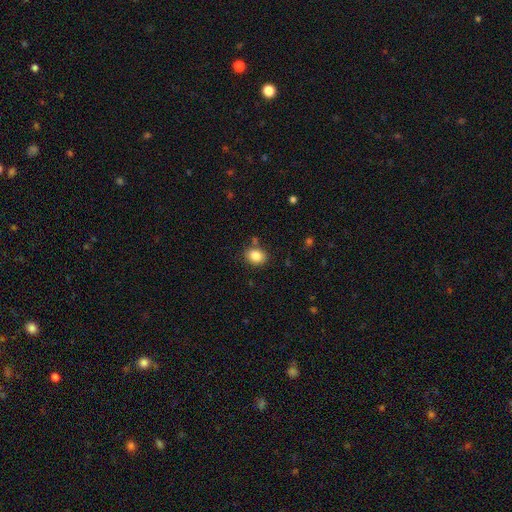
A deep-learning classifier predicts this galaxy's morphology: Smooth or featured: smooth — 86% (star or artifact — 9%)
How rounded: in between — 61% (round — 38%)
Merging: none — 78% (minor disturbance — 13%)